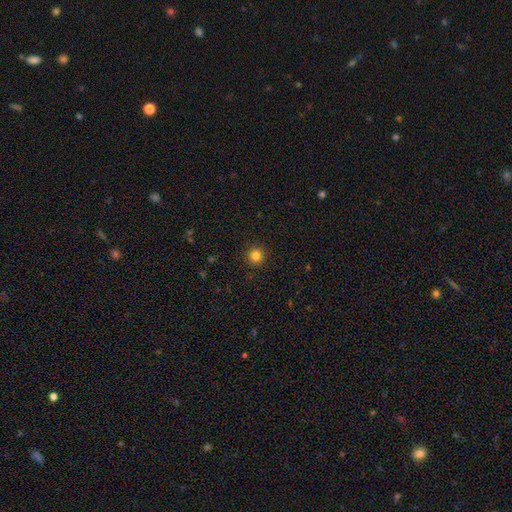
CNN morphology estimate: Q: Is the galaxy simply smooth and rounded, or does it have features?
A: smooth — 82%.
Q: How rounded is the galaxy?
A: round — 94%.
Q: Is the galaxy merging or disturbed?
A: none — 92%.